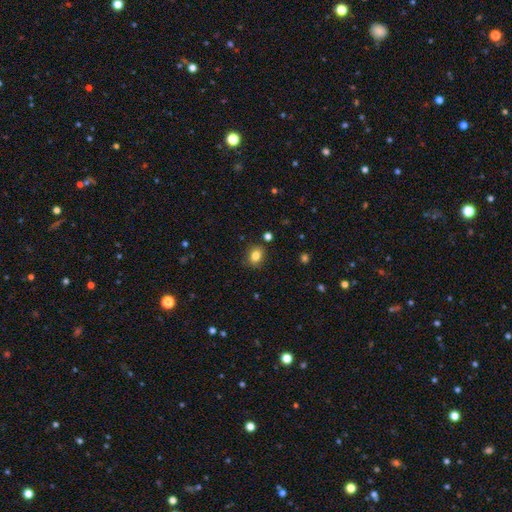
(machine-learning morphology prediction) The model was most divided on "how rounded": in between: 50%, round: 49%, cigar-shaped: 1%. More confident: smooth or featured — smooth (83%); merging — none (83%).